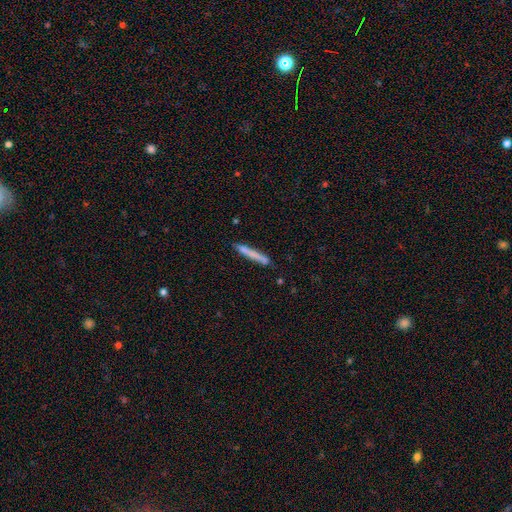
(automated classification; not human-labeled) A smooth galaxy with no disk features (73%) that is cigar-shaped (96%).

Vote fractions:
- Smooth or featured? smooth: 73% / featured or disk: 21% / star or artifact: 6%
- How rounded? cigar-shaped: 96% / in between: 3% / round: 1%
- Merging? none: 79% / minor disturbance: 15% / merger: 3% / major disturbance: 3%